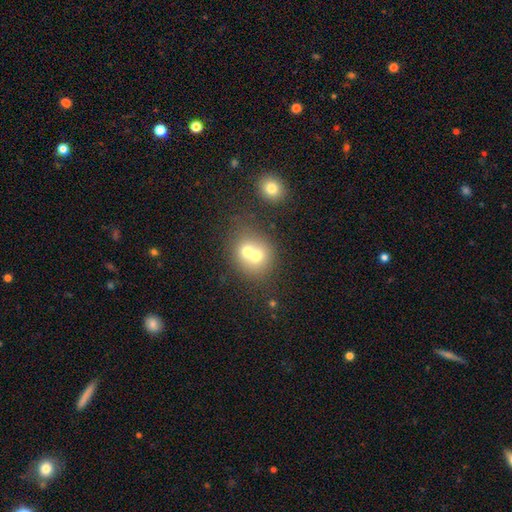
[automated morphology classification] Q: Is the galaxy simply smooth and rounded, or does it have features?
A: smooth — 66%.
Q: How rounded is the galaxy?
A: round — 76%.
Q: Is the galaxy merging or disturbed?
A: merger — 65%.